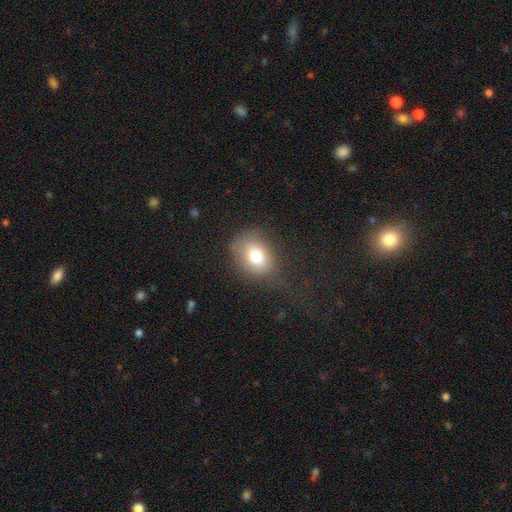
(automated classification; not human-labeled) smooth-or-featured: smooth: 76% | featured or disk: 14% | star or artifact: 11%
  how-rounded: in between: 58% | round: 41% | cigar-shaped: 1%
  merging: none: 64% | minor disturbance: 21% | major disturbance: 13% | merger: 2%